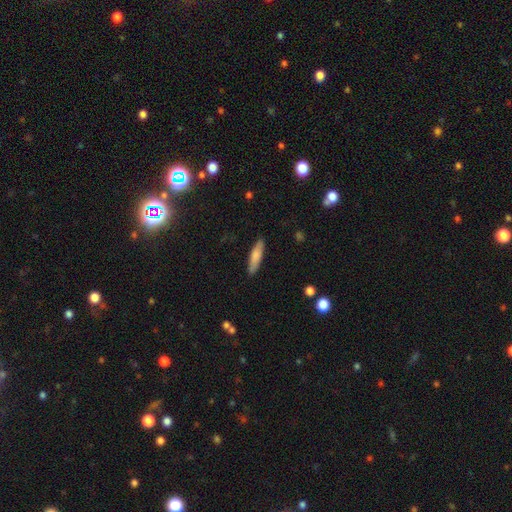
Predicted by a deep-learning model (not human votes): smooth-or-featured: smooth: 77% | featured or disk: 17% | star or artifact: 6%
  how-rounded: cigar-shaped: 74% | in between: 24% | round: 2%
  merging: none: 86% | minor disturbance: 11% | major disturbance: 2% | merger: 1%